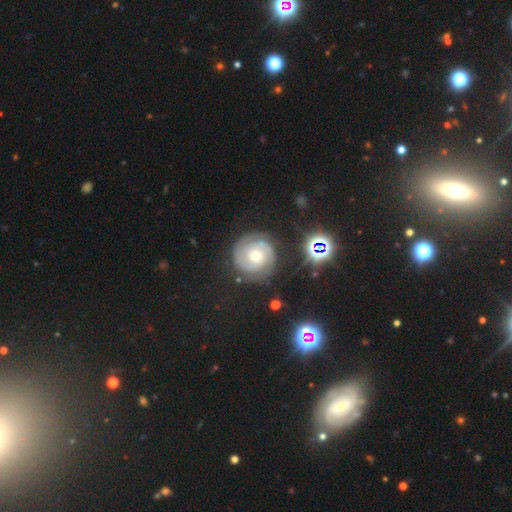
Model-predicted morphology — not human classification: A featured or disk galaxy (84%) with no bar (69%), 2 (82%) tight (70%) spiral arms (97%) and a moderate central bulge (55%).

Vote fractions:
- Smooth or featured? featured or disk: 84% / smooth: 9% / star or artifact: 7%
- Edge-on disk? no: 98% / yes: 2%
- Bar? no: 69% / weak: 25% / strong: 6%
- Spiral arms? yes: 97% / no: 3%
- Spiral winding? tight: 70% / medium: 25% / loose: 5%
- Spiral arm count? 2: 82% / can't tell: 7% / 3: 5% / 1: 2% / 4: 2% / more than 4: 2%
- Bulge size? moderate: 55% / small: 40% / large: 3% / none: 1% / dominant: 1%
- Merging? none: 80% / minor disturbance: 13% / major disturbance: 5% / merger: 2%